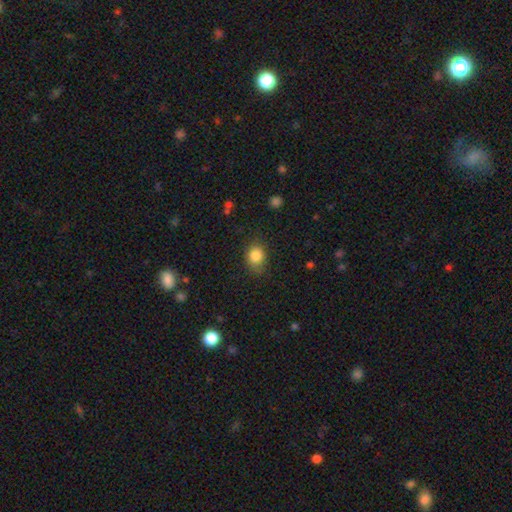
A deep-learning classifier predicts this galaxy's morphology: smooth-or-featured: smooth: 84% | star or artifact: 10% | featured or disk: 6%
  how-rounded: round: 54% | in between: 45% | cigar-shaped: 1%
  merging: none: 74% | minor disturbance: 19% | major disturbance: 5% | merger: 1%